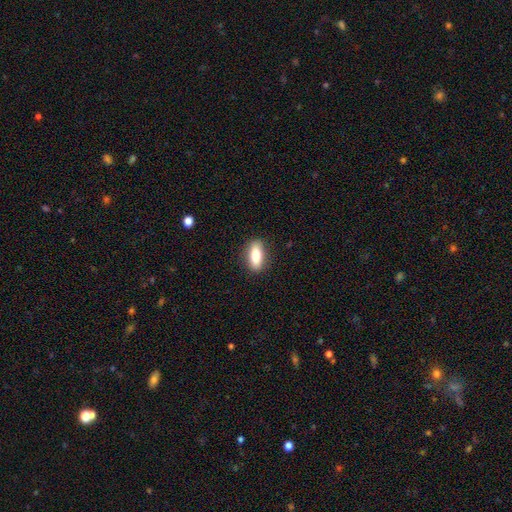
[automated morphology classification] Overall: smooth (76%). How rounded: in between (77%). Merging: none (88%).